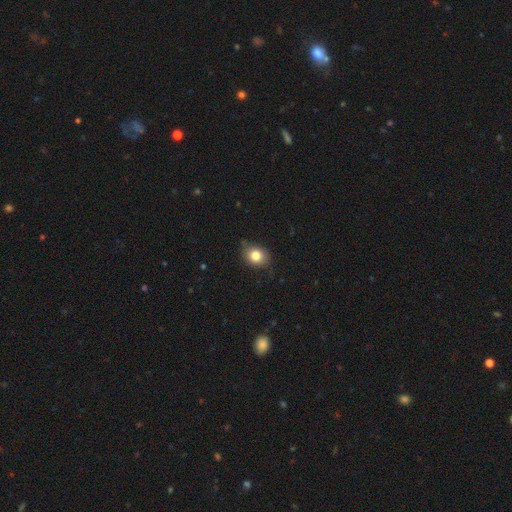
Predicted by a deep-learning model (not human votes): This is clearly a smooth galaxy (81%). How rounded: possibly round (53%). Merging: likely none (76%).